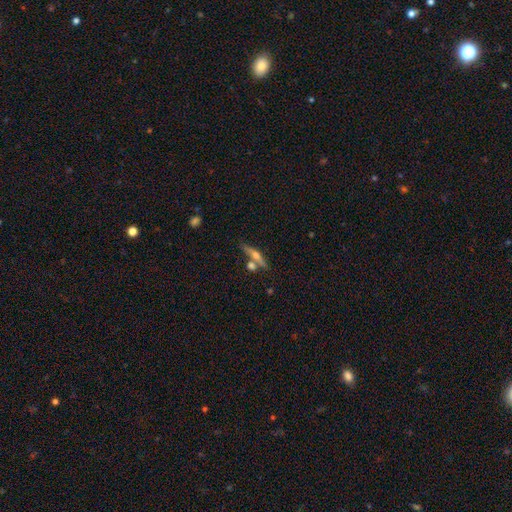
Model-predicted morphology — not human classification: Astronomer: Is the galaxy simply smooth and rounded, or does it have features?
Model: featured or disk — 57% (runner-up: smooth, 35%).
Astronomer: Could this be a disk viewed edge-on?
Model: yes — 95%.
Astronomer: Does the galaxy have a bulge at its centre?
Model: rounded — 86%.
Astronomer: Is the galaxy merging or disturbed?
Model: none — 68%.